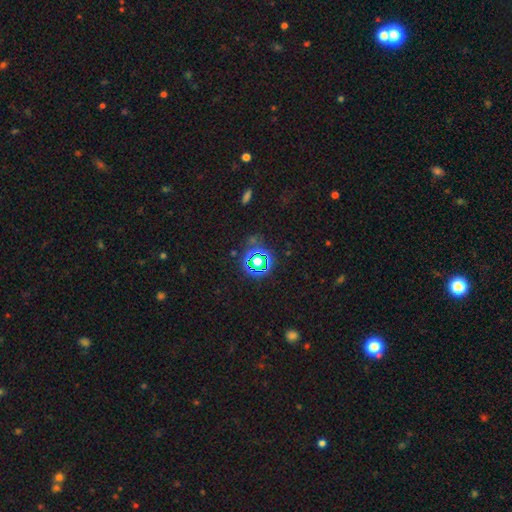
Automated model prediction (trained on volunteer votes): This appears to be a star or artifact, not a galaxy (72%).